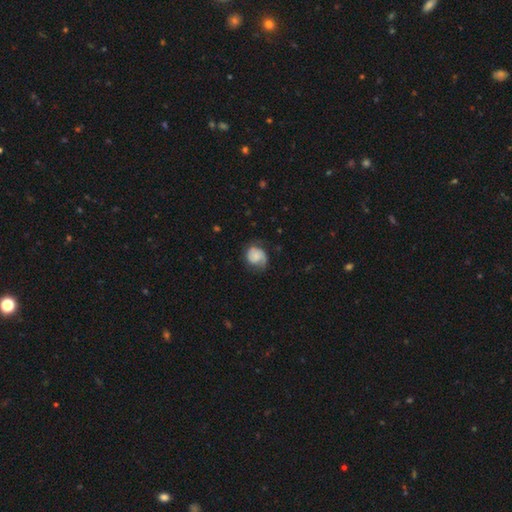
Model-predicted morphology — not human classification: Smooth or featured: smooth — 51% (featured or disk — 41%)
How rounded: round — 64% (in between — 35%)
Merging: none — 58% (minor disturbance — 28%)